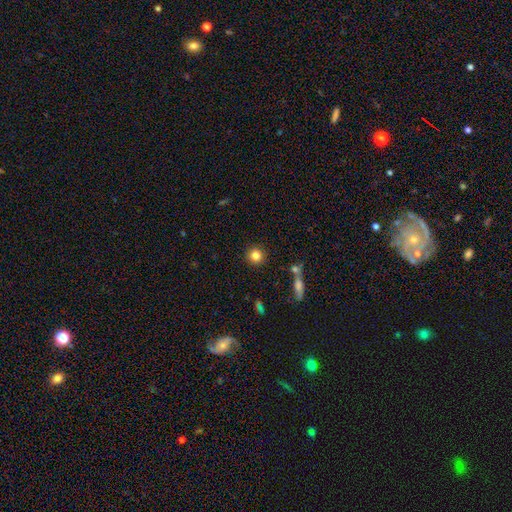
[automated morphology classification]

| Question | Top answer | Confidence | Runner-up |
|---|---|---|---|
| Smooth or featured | smooth | 82% | star or artifact (11%) |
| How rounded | round | 93% | in between (6%) |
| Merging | none | 89% | minor disturbance (6%) |